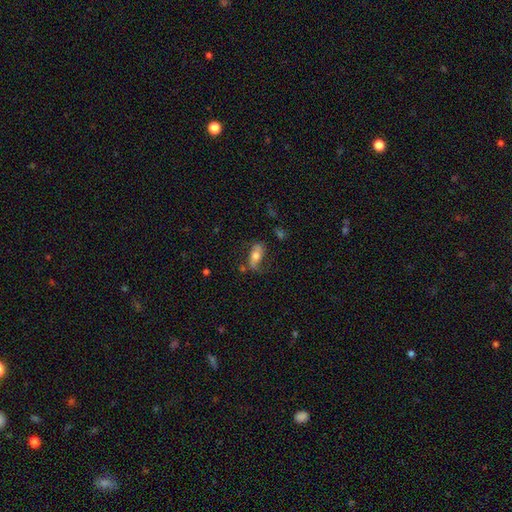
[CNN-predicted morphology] Smooth or featured: smooth — 48% (featured or disk — 44%)
Merging: none — 56% (minor disturbance — 25%)